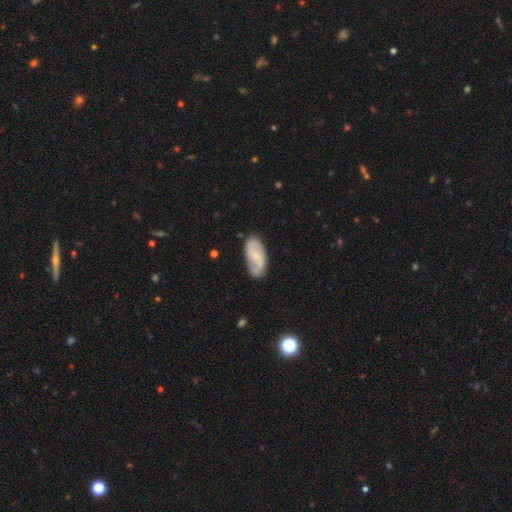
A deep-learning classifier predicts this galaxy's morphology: Smooth or featured?
  - featured or disk: 58% *
  - smooth: 36%
  - star or artifact: 6%
Edge-on disk?
  - no: 94% *
  - yes: 6%
Bar?
  - no: 58% *
  - weak: 34%
  - strong: 7%
Spiral arms?
  - yes: 88% *
  - no: 12%
Bulge size?
  - small: 65% *
  - moderate: 21%
  - none: 12%
  - large: 1%
  - dominant: 1%
Merging?
  - none: 75% *
  - minor disturbance: 18%
  - major disturbance: 5%
  - merger: 2%